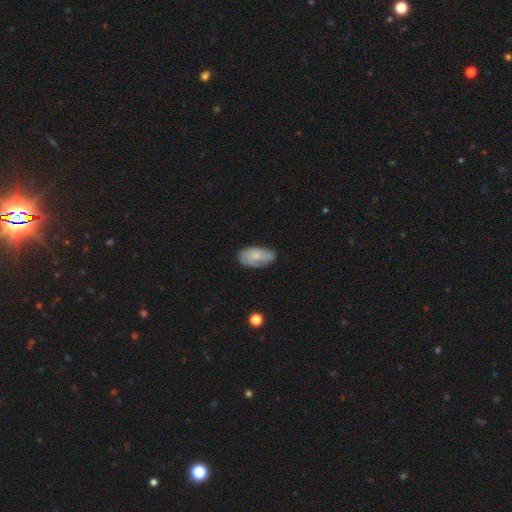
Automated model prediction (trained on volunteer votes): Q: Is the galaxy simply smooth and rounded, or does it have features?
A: smooth — 60%.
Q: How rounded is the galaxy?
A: in between — 92%.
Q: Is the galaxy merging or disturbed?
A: none — 62%.